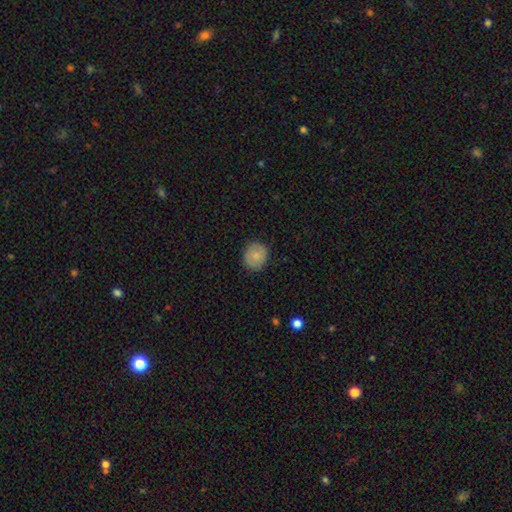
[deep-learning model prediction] This appears to be a smooth galaxy with no disk features (76%) that is round (76%). Merging: none (84%).